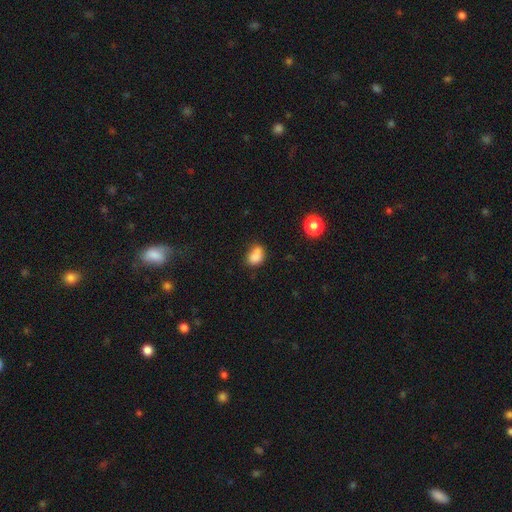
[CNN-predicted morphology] Smooth or featured: smooth — 82% (star or artifact — 11%)
How rounded: in between — 69% (round — 29%)
Merging: none — 47% (minor disturbance — 26%)